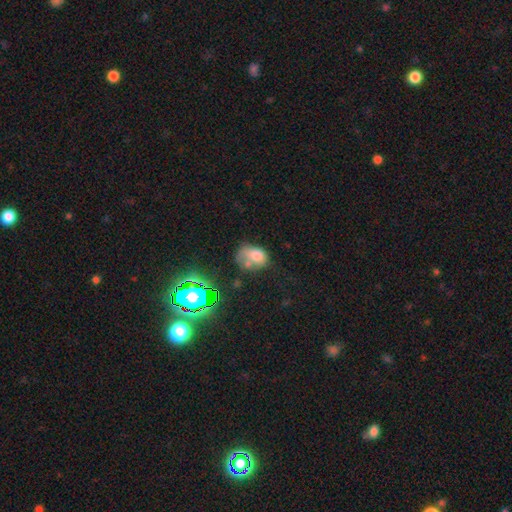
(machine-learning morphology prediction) Smooth or featured?
  - smooth: 66% *
  - featured or disk: 19%
  - star or artifact: 16%
How rounded?
  - in between: 71% *
  - round: 28%
  - cigar-shaped: 1%
Merging?
  - none: 29% *
  - minor disturbance: 26%
  - major disturbance: 24%
  - merger: 21%